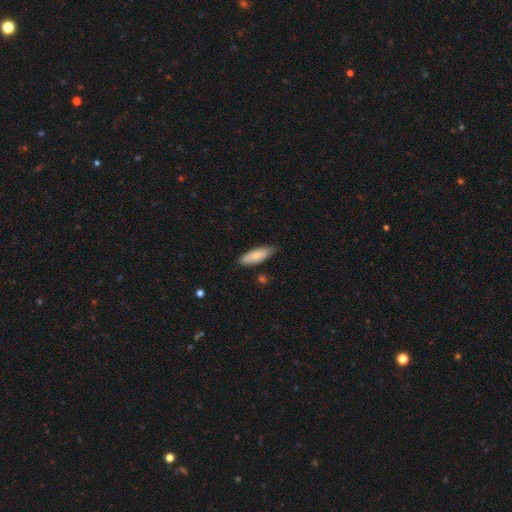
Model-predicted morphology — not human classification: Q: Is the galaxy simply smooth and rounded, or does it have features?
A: smooth — 74%.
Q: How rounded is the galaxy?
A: in between — 72%.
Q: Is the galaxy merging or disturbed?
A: none — 69%.